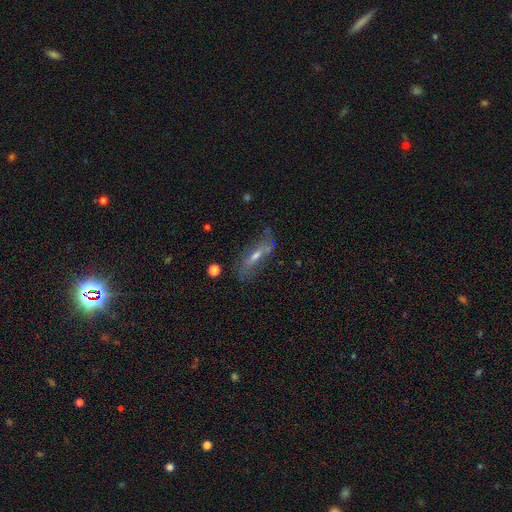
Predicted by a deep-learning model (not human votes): Q: Smooth or featured?
A: featured or disk (63%); runner-up: smooth (24%)
Q: Edge-on disk?
A: no (60%); runner-up: yes (40%)
Q: Merging?
A: none (63%); runner-up: minor disturbance (21%)